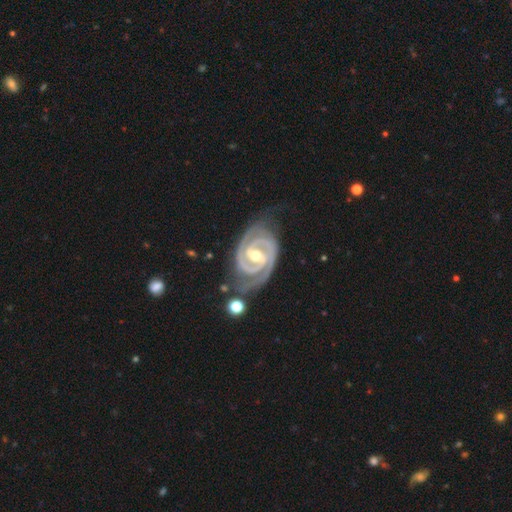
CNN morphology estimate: Smooth or featured: featured or disk — 94% (star or artifact — 4%)
Edge-on disk: no — 98% (yes — 2%)
Bar: strong — 42% (weak — 39%)
Spiral arms: yes — 99% (no — 1%)
Spiral winding: tight — 77% (medium — 21%)
Spiral arm count: 2 — 89% (3 — 5%)
Bulge size: moderate — 65% (small — 31%)
Merging: none — 71% (minor disturbance — 19%)